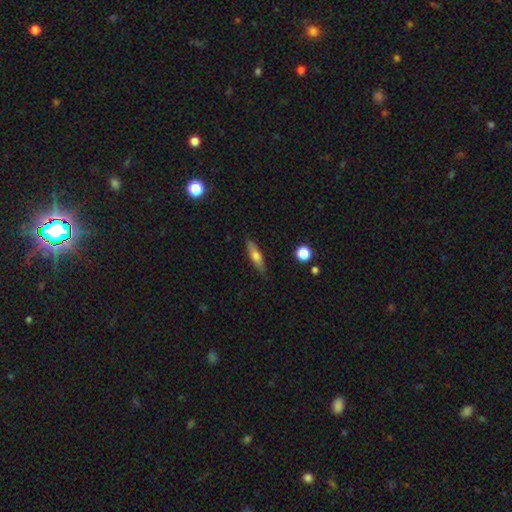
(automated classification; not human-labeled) Smooth or featured? smooth (64%)
How rounded? cigar-shaped (62%)
Merging? none (85%)